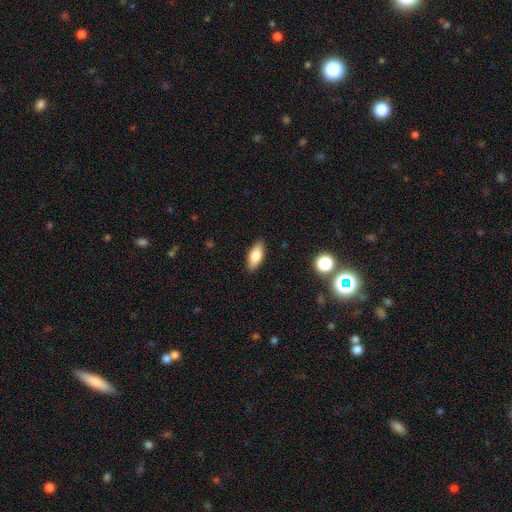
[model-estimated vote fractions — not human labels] This is likely a smooth galaxy (78%). How rounded: clearly in between (84%). Merging: clearly none (88%).